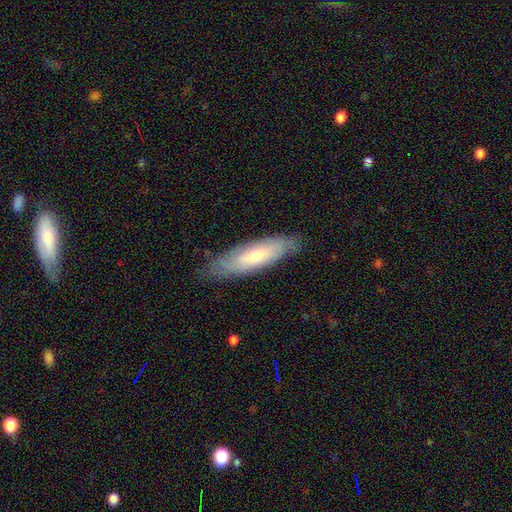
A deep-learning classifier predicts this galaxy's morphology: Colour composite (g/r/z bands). It shows a smooth galaxy with no disk features (53%) that is cigar-shaped (54%). Merging: none (77%).